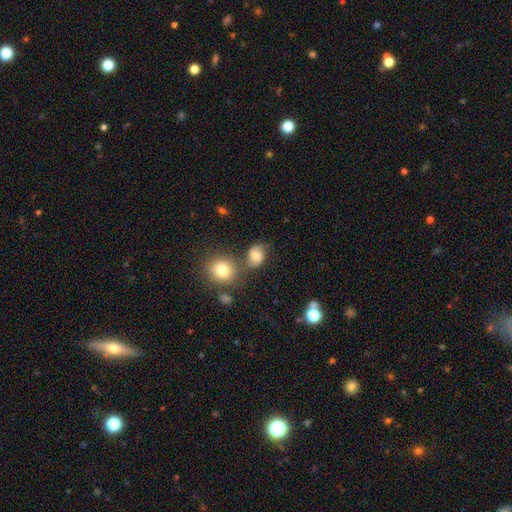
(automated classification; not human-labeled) Q: Smooth or featured?
A: smooth (65%); runner-up: featured or disk (23%)
Q: How rounded?
A: in between (49%); tied with: round (49%)
Q: Merging?
A: none (58%); runner-up: minor disturbance (17%)